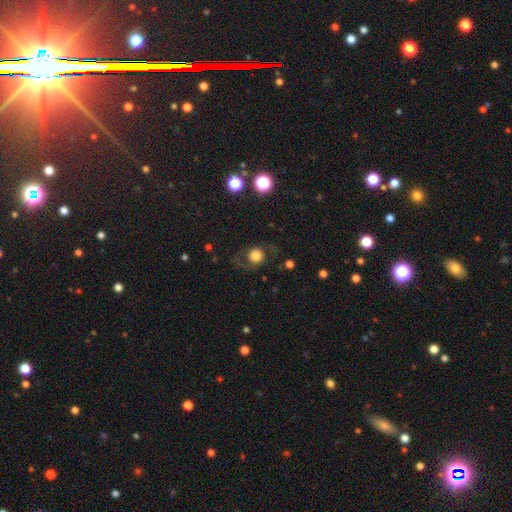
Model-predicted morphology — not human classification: Smooth or featured? smooth (59%)
How rounded? round (86%)
Merging? none (65%)